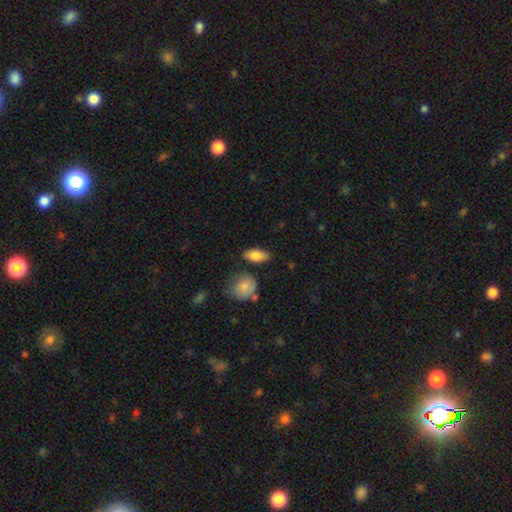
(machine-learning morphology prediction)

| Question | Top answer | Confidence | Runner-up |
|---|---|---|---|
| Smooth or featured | smooth | 82% | featured or disk (11%) |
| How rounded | in between | 88% | cigar-shaped (7%) |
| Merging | none | 76% | minor disturbance (16%) |